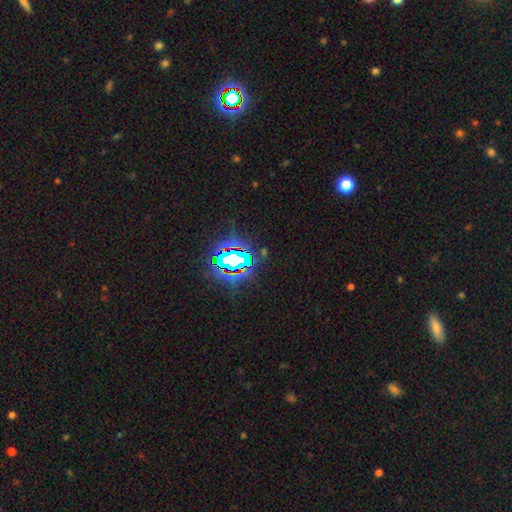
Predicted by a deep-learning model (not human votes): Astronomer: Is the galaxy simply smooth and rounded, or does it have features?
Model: star or artifact — 80%.